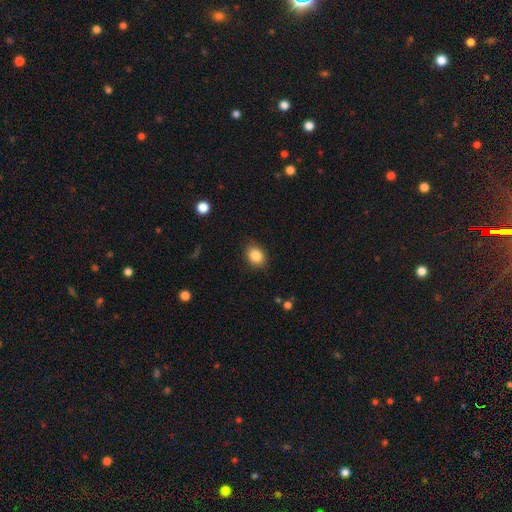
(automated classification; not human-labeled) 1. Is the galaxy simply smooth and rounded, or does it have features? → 85% smooth, 9% star or artifact, 5% featured or disk.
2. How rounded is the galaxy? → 52% in between, 47% round, 1% cigar-shaped.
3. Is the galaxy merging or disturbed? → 87% none, 10% minor disturbance, 2% major disturbance, 1% merger.